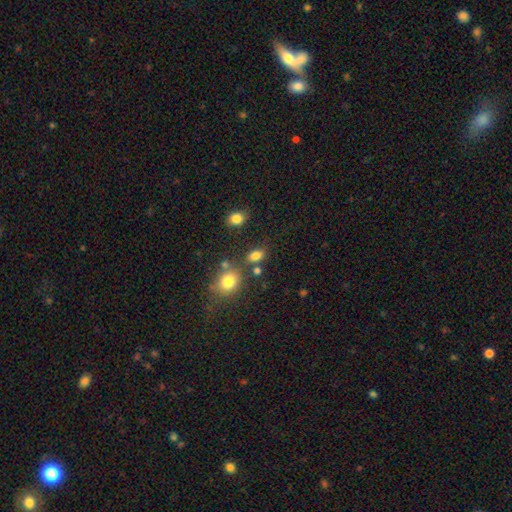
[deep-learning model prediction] smooth 81%, star or artifact 12%, featured or disk 7%. Down the decision tree: how rounded — in between (79%); merging — none (68%).